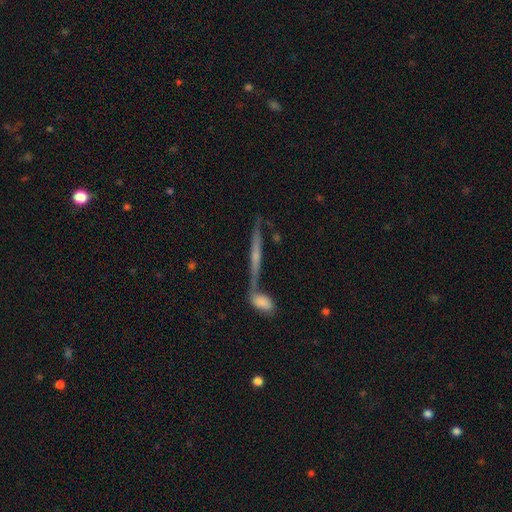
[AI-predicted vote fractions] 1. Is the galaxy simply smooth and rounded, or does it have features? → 63% featured or disk, 28% smooth, 9% star or artifact.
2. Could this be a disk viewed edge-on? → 90% yes, 10% no.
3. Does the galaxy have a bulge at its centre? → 47% rounded, 41% none, 12% boxy.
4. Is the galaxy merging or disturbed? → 54% none, 29% merger, 12% minor disturbance, 5% major disturbance.